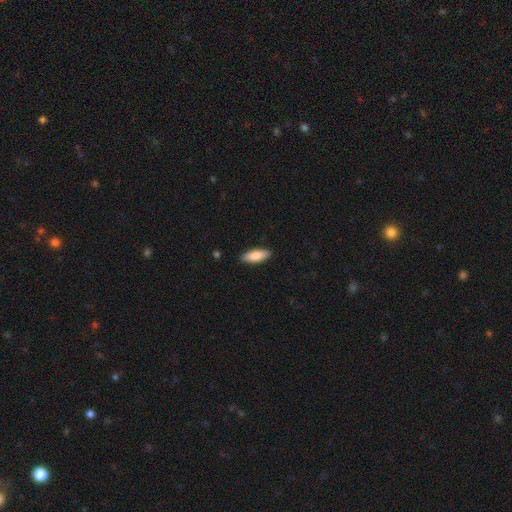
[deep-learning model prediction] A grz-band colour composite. It shows a smooth galaxy with no disk features (85%) that is in between round and cigar-shaped (66%). Merging: none (89%).